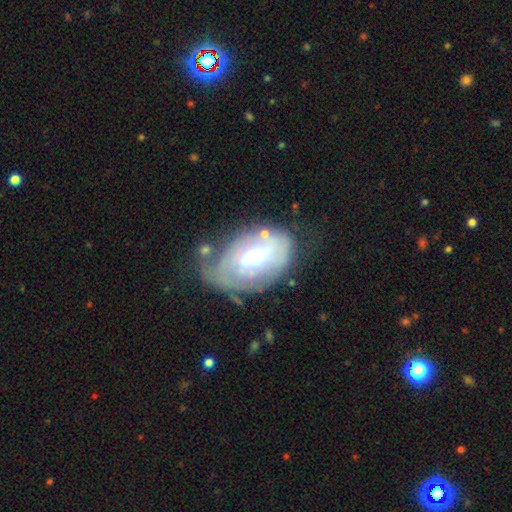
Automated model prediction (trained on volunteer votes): featured or disk 58%, smooth 35%, star or artifact 7%. Down the decision tree: edge-on disk — no (94%); bar — no (59%); spiral arms — yes (56%); bulge size — moderate (52%); merging — none (44%).